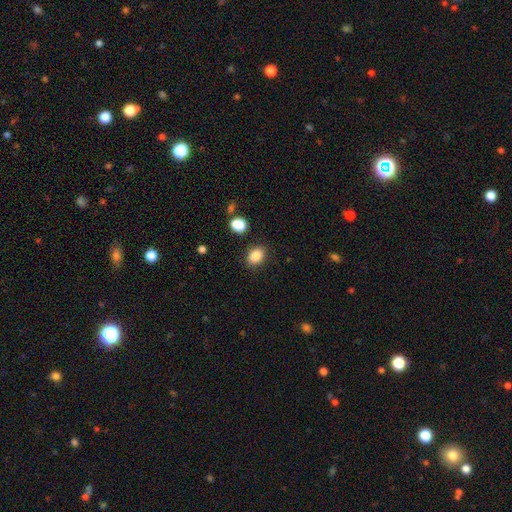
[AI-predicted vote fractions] This appears to be a smooth galaxy with no disk features (85%) that is in between round and cigar-shaped (69%). Merging: none (85%).